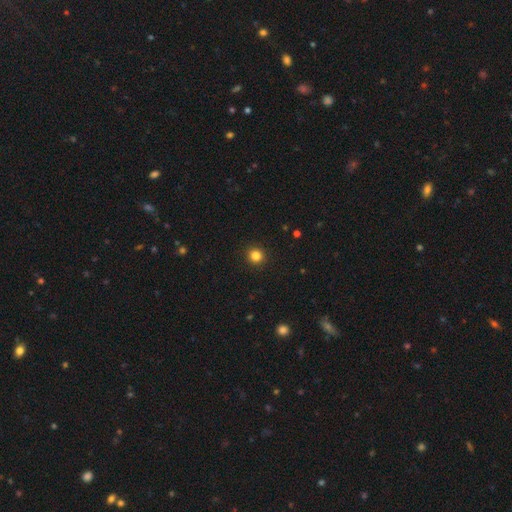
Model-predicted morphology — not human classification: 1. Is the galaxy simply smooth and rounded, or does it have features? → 84% smooth, 12% star or artifact, 4% featured or disk.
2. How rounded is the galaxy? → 92% round, 7% in between, 1% cigar-shaped.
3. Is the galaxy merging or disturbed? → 93% none, 5% minor disturbance, 2% major disturbance, 1% merger.